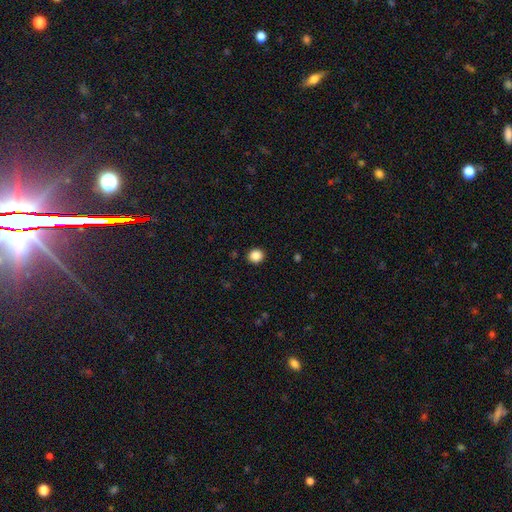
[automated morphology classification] smooth 87%, star or artifact 10%, featured or disk 3%. Down the decision tree: how rounded — round (87%); merging — none (91%).